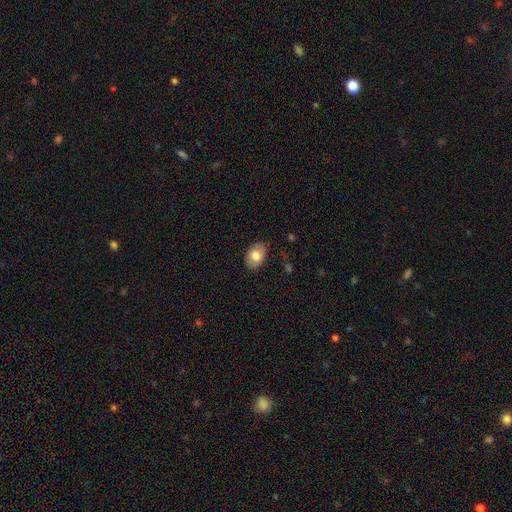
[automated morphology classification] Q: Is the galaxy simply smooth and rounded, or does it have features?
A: smooth — 79%.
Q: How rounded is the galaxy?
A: in between — 83%.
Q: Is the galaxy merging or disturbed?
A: none — 83%.